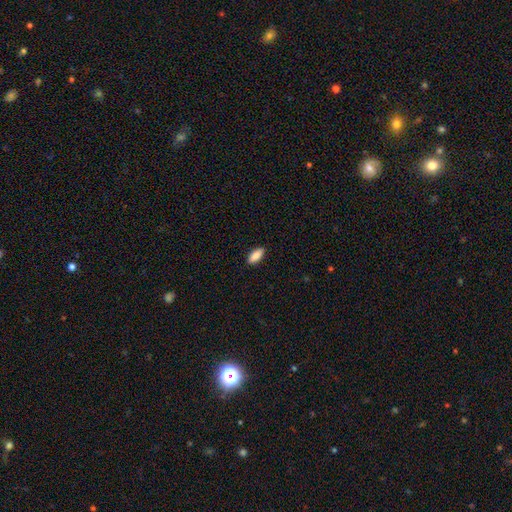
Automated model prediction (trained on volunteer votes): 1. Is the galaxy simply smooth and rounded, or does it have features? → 88% smooth, 6% star or artifact, 5% featured or disk.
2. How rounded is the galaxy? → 80% in between, 18% cigar-shaped, 2% round.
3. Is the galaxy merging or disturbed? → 90% none, 8% minor disturbance, 2% major disturbance, 1% merger.